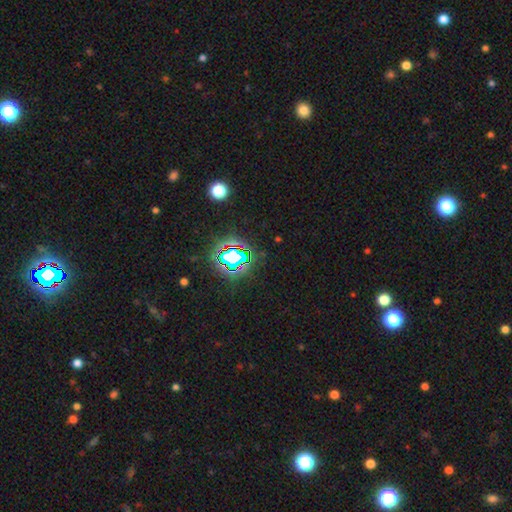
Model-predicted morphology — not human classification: The model was most divided on "smooth or featured": star or artifact: 79%, smooth: 13%, featured or disk: 8%.